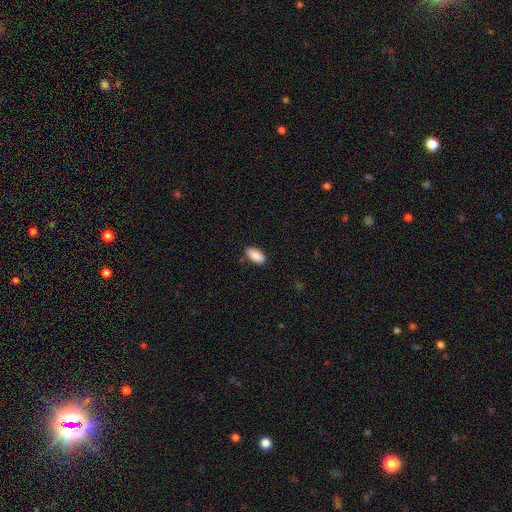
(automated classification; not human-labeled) smooth_or_featured: smooth (p=0.90) [alt: star or artifact p=0.06]
how_rounded: in between (p=0.92) [alt: cigar-shaped p=0.06]
merging: none (p=0.85) [alt: minor disturbance p=0.11]